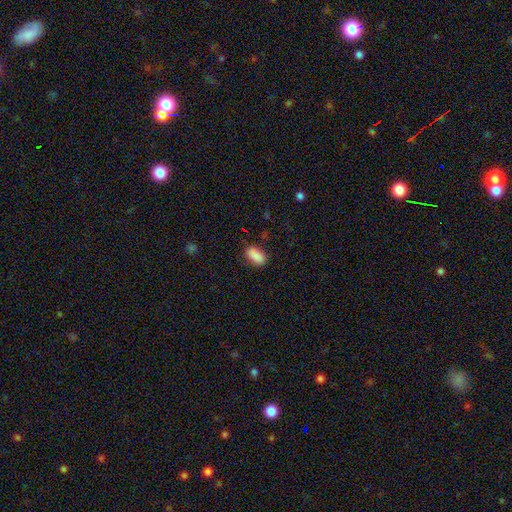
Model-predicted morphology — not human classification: Overall: smooth (87%). How rounded: in between (92%). Merging: none (80%).